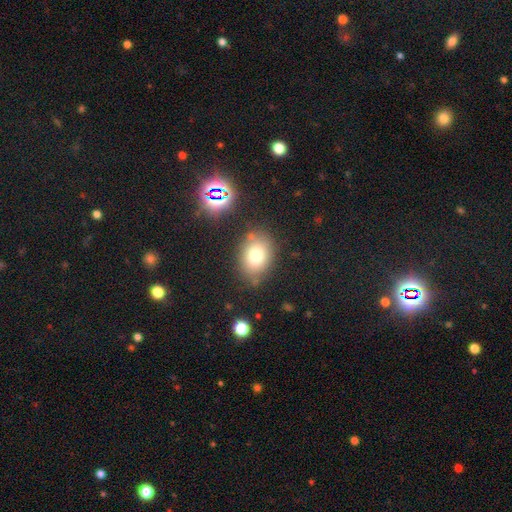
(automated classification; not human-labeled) Smooth or featured? smooth (78%)
How rounded? in between (71%)
Merging? none (74%)